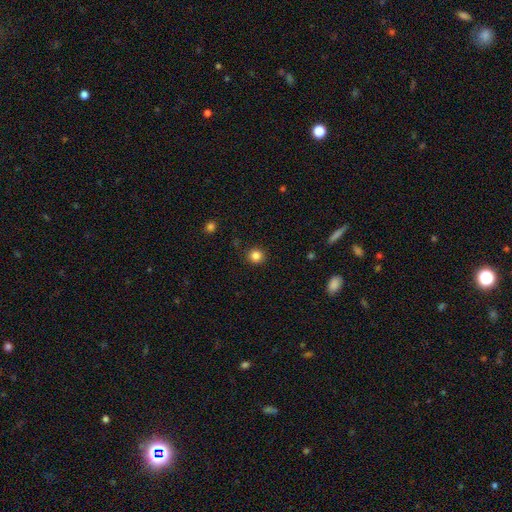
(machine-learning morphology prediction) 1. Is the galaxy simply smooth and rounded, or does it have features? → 84% smooth, 12% star or artifact, 4% featured or disk.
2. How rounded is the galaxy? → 92% round, 7% in between, 1% cigar-shaped.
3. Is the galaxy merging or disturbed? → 90% none, 6% minor disturbance, 2% major disturbance, 1% merger.